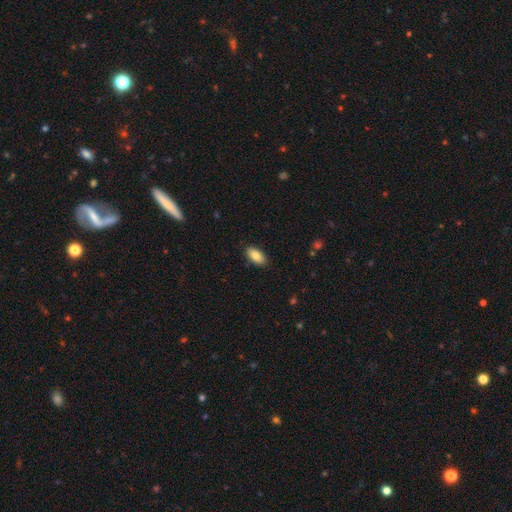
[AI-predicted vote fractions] Smooth or featured? Predicted: smooth (p=0.86). How rounded? Predicted: in between (p=0.93). Merging? Predicted: none (p=0.88).